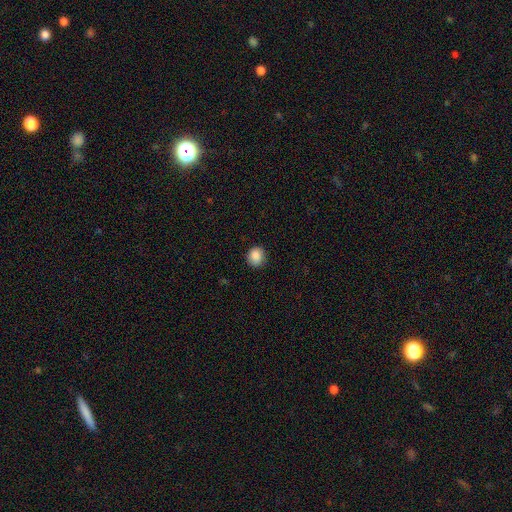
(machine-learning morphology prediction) Smooth or featured? Predicted: smooth (p=0.88). How rounded? Predicted: round (p=0.83). Merging? Predicted: none (p=0.87).